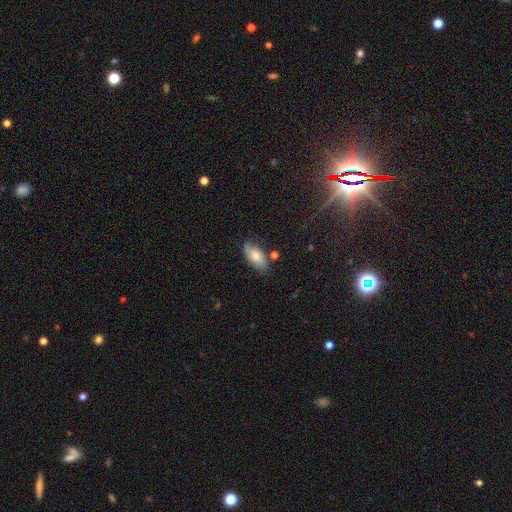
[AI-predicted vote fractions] A smooth galaxy with no disk features (67%) that is in between round and cigar-shaped (92%). Merging: none (69%).